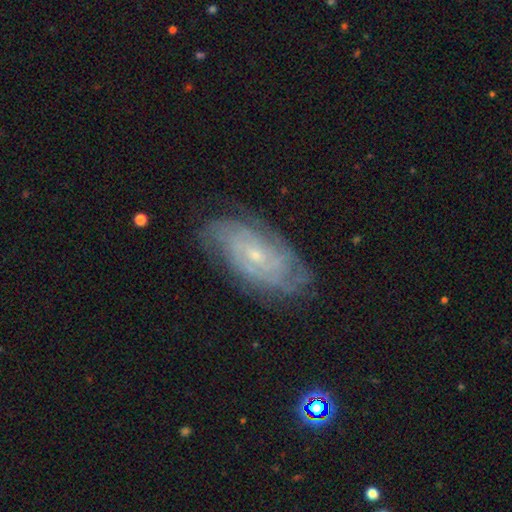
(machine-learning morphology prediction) This is likely a featured or disk galaxy (80%). It is clearly not viewed edge-on (94%). Bar: likely no (67%). Spiral arm pattern: clearly yes (93%). Spiral arm count: possibly can't tell (47%). Spiral winding: likely tight (72%). Central bulge: likely small (78%). Merging: likely none (77%).